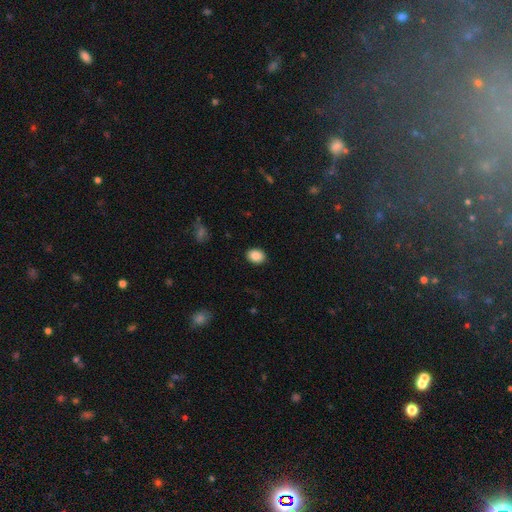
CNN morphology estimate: This is clearly a smooth galaxy (88%). How rounded: likely in between (69%). Merging: clearly none (89%).